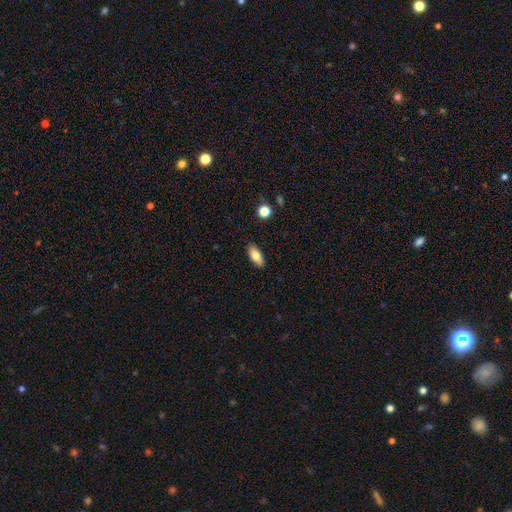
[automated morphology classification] smooth_or_featured: smooth (p=0.80) [alt: featured or disk p=0.13]
how_rounded: in between (p=0.85) [alt: cigar-shaped p=0.13]
merging: none (p=0.88) [alt: minor disturbance p=0.09]